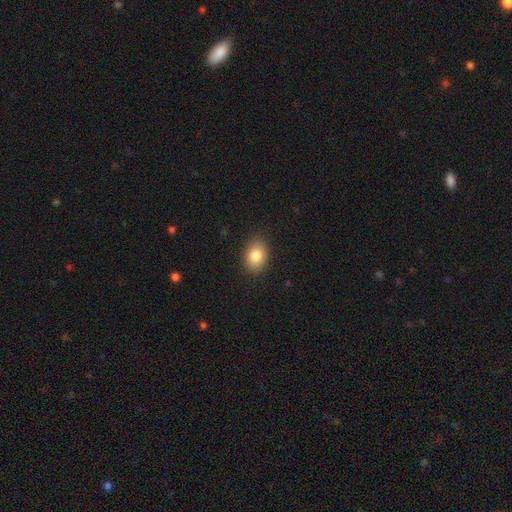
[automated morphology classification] This is clearly a smooth galaxy (85%). How rounded: likely in between (75%). Merging: clearly none (88%).